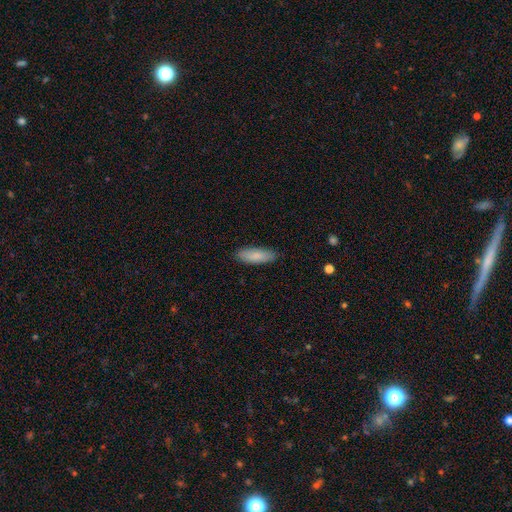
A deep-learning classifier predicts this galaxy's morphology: This is clearly a smooth galaxy (85%). How rounded: likely in between (62%). Merging: clearly none (87%).